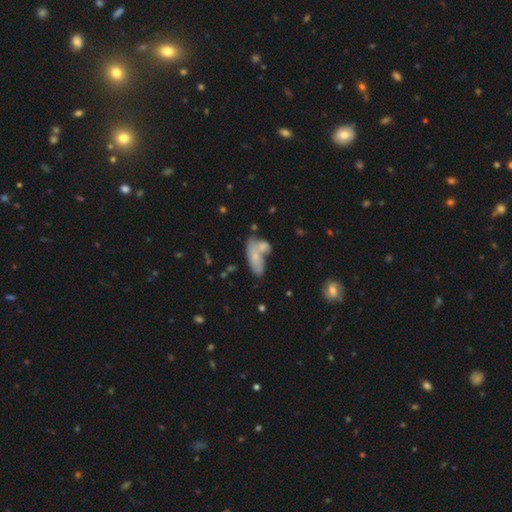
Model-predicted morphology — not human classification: type=smooth (65%); roundness=in between (77%); merging=merger (42%).